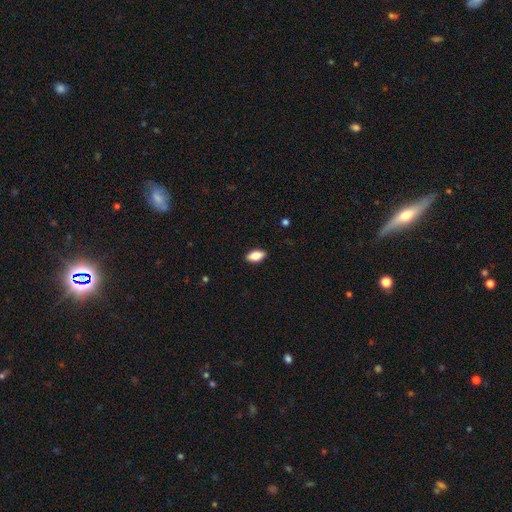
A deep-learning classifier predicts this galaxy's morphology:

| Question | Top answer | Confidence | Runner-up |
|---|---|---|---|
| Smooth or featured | smooth | 84% | featured or disk (9%) |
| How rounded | in between | 91% | cigar-shaped (6%) |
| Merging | none | 89% | minor disturbance (8%) |